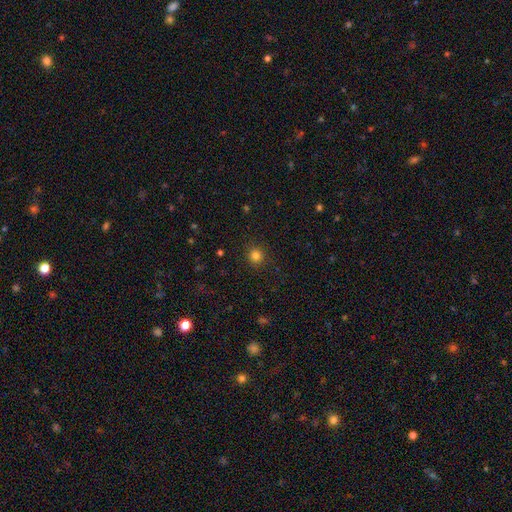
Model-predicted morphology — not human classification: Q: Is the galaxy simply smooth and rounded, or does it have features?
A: smooth — 82%.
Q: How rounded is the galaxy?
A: round — 93%.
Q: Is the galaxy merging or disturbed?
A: none — 91%.